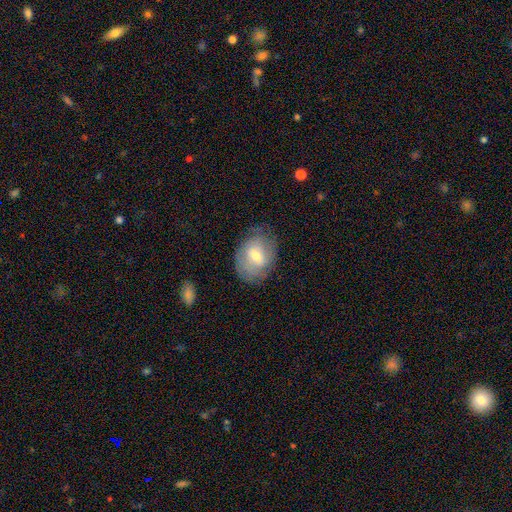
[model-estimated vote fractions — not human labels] smooth_or_featured: smooth (p=0.52) [alt: featured or disk p=0.40]
how_rounded: in between (p=0.65) [alt: round p=0.34]
merging: none (p=0.70) [alt: minor disturbance p=0.21]